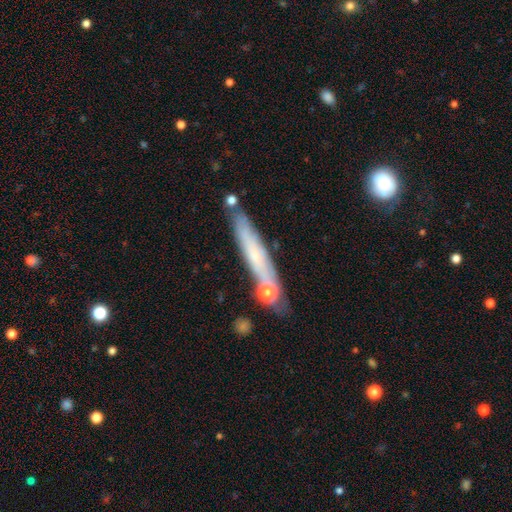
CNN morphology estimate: type=smooth (49%); merging=none (75%).